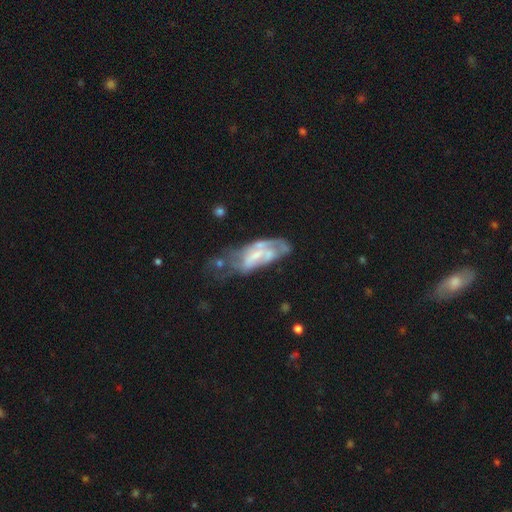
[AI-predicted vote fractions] This is likely a featured or disk galaxy (63%). It is clearly not viewed edge-on (89%). Bar: possibly no (58%). Spiral arm pattern: possibly no (55%). Central bulge: marginally small (40%). Merging: marginally major disturbance (31%).